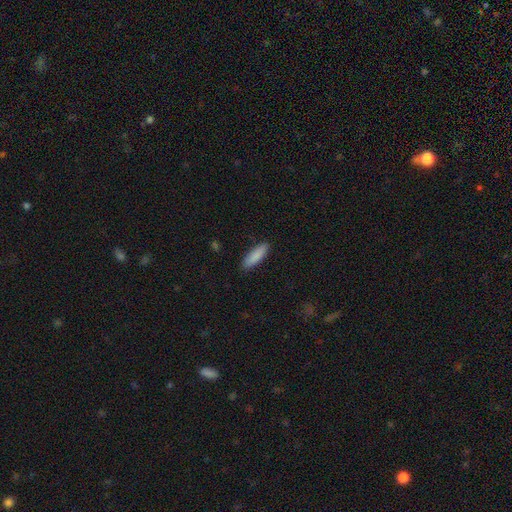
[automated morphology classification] smooth-or-featured: smooth: 88% | featured or disk: 6% | star or artifact: 6%
  how-rounded: cigar-shaped: 56% | in between: 43% | round: 1%
  merging: none: 88% | minor disturbance: 9% | major disturbance: 2% | merger: 1%